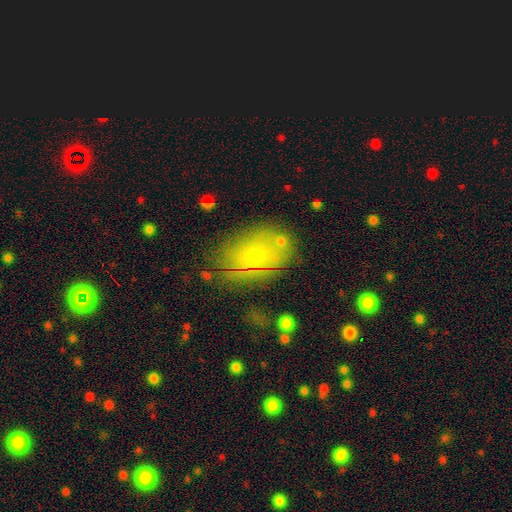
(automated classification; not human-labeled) A smooth galaxy with no disk features (49%).

Vote fractions:
- Smooth or featured? smooth: 49% / featured or disk: 38% / star or artifact: 13%
- Merging? none: 67% / minor disturbance: 21% / major disturbance: 8% / merger: 4%